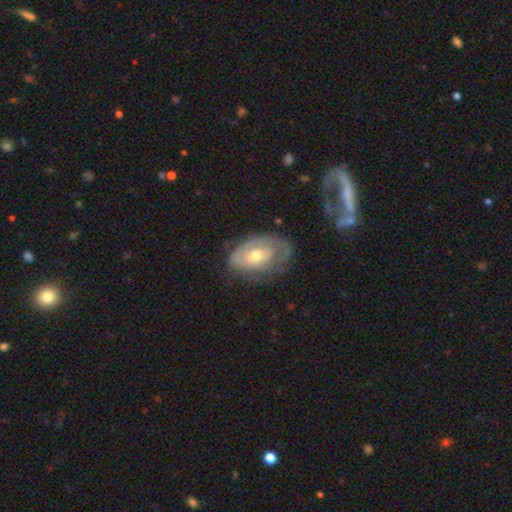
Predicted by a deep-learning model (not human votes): smooth-or-featured: featured or disk: 66% | smooth: 28% | star or artifact: 6%
  disk-edge-on: no: 93% | yes: 7%
    bar: no: 74% | weak: 21% | strong: 5%
    has-spiral-arms: yes: 60% | no: 40%
    bulge-size: moderate: 59% | small: 36% | large: 3% | none: 1% | dominant: 1%
  merging: none: 55% | minor disturbance: 28% | major disturbance: 16% | merger: 2%